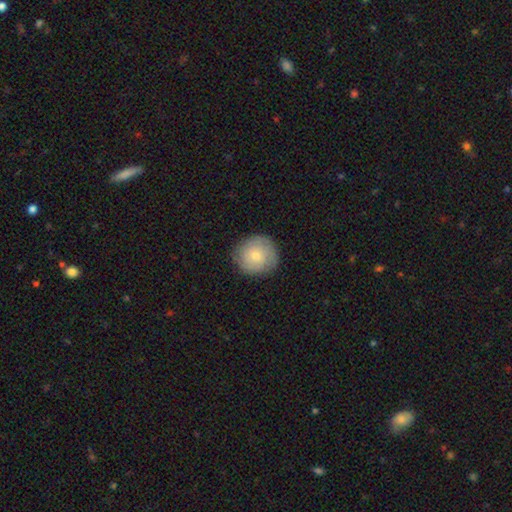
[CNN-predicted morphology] This is likely a smooth galaxy (66%). How rounded: clearly round (89%). Merging: clearly none (82%).